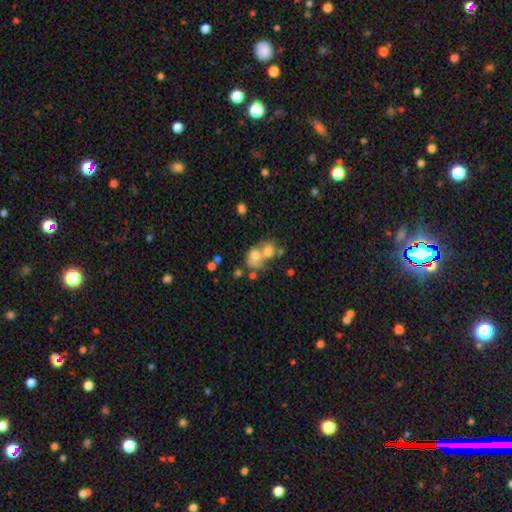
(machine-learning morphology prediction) Q: Smooth or featured?
A: smooth (66%); runner-up: featured or disk (23%)
Q: How rounded?
A: round (54%); runner-up: in between (44%)
Q: Merging?
A: merger (68%); runner-up: none (19%)